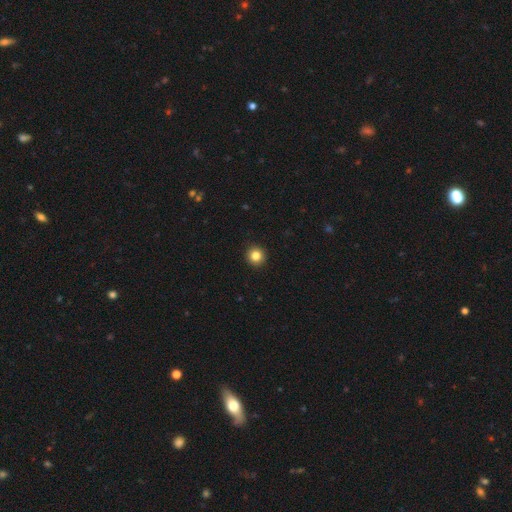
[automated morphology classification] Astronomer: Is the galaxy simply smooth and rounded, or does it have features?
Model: smooth — 84%.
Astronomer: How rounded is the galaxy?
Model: round — 95%.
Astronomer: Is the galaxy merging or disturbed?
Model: none — 93%.